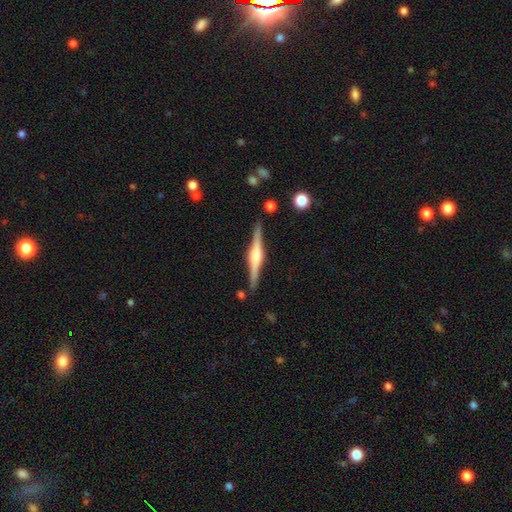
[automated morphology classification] A featured or disk galaxy (82%) viewed edge-on (98%) with a rounded central bulge (74%). Merging: none (89%).